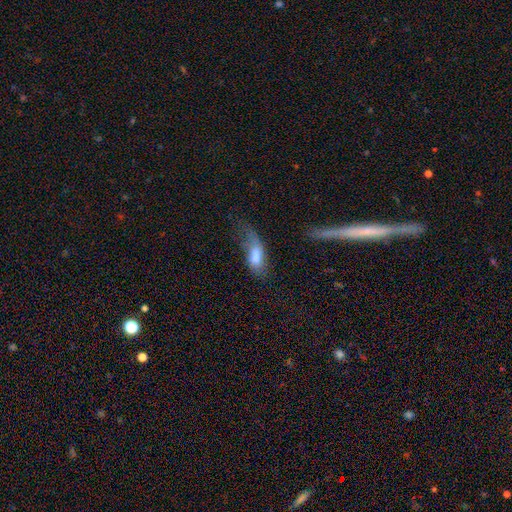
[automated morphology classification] This is likely a smooth galaxy (65%). How rounded: likely in between (71%). Merging: marginally major disturbance (41%).